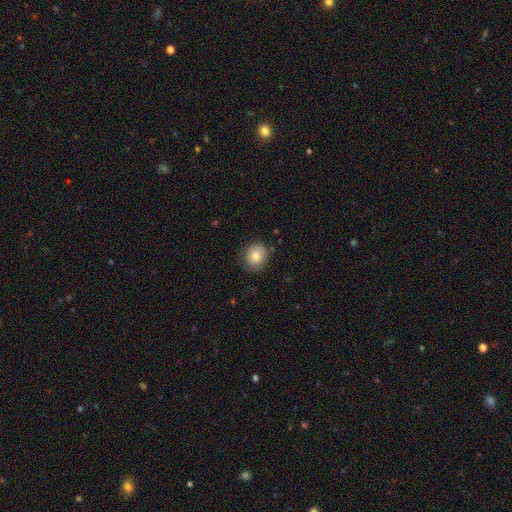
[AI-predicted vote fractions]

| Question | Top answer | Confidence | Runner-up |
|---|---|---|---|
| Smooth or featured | smooth | 82% | featured or disk (10%) |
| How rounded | round | 80% | in between (19%) |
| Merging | none | 80% | minor disturbance (15%) |